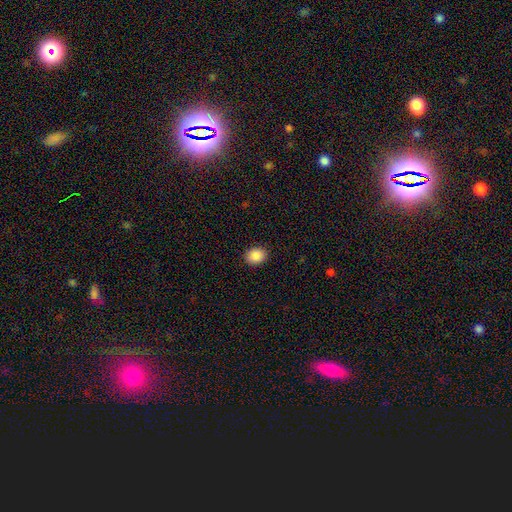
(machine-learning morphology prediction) Overall: smooth (88%). How rounded: round (53%; in between 46%). Merging: none (91%).